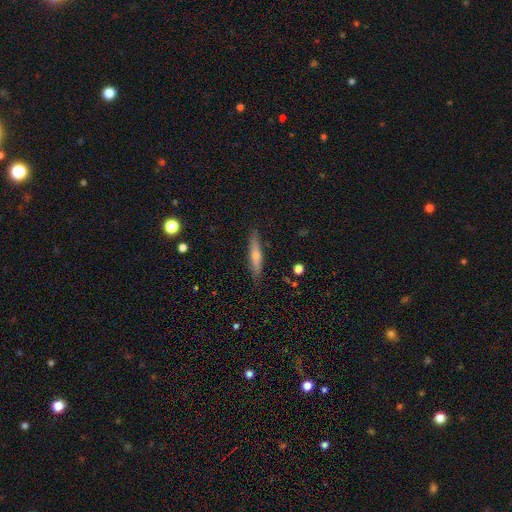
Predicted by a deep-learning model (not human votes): Smooth or featured? featured or disk (52%)
Edge-on disk? yes (90%)
Merging? none (87%)